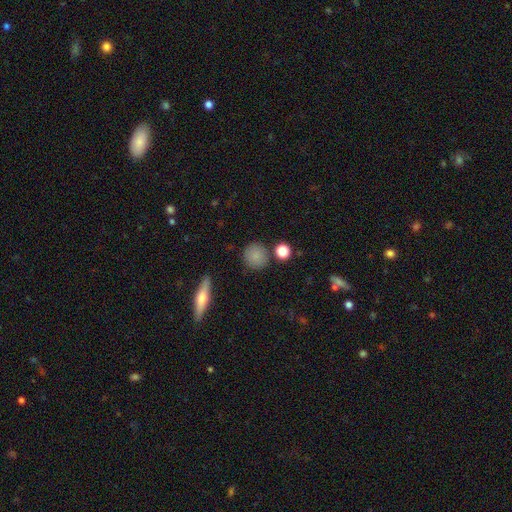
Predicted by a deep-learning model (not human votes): This is clearly a smooth galaxy (83%). How rounded: clearly round (91%). Merging: clearly none (83%).